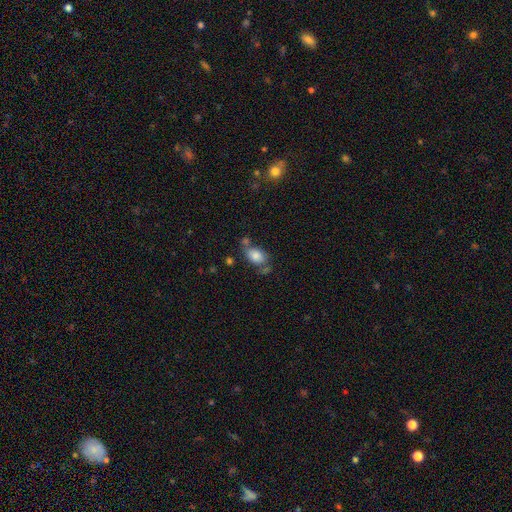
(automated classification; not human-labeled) A smooth galaxy with no disk features (80%) that is in between round and cigar-shaped (77%).

Vote fractions:
- Smooth or featured? smooth: 80% / featured or disk: 11% / star or artifact: 9%
- How rounded? in between: 77% / round: 22% / cigar-shaped: 2%
- Merging? none: 50% / merger: 23% / minor disturbance: 19% / major disturbance: 8%